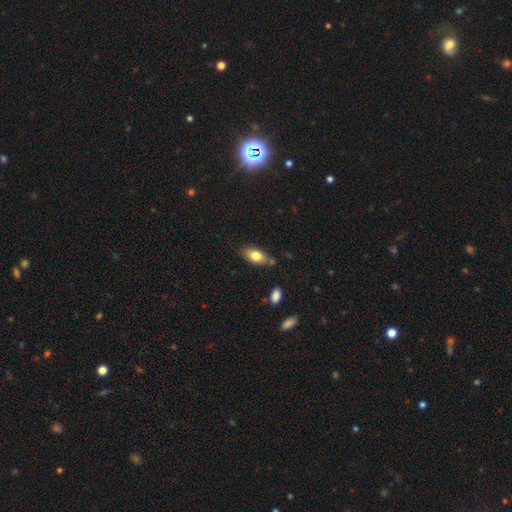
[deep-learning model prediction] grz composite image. It shows a smooth galaxy with no disk features (79%) that is in between round and cigar-shaped (88%). Merging: none (75%).